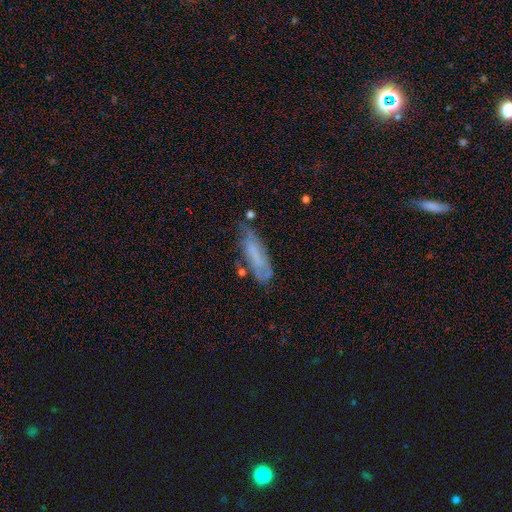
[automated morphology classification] A smooth galaxy with no disk features (52%) that is cigar-shaped (53%). Merging: none (52%).